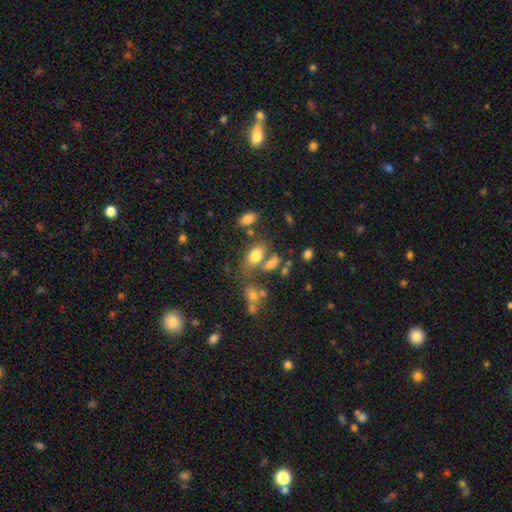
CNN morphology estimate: This appears to be a smooth galaxy with no disk features (75%) that is in between round and cigar-shaped (86%). Merging: none (52%).